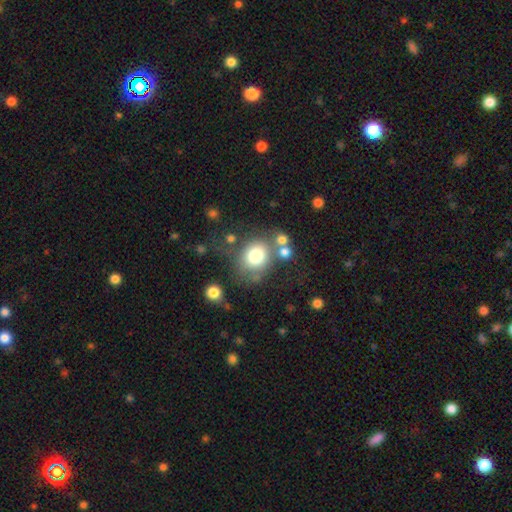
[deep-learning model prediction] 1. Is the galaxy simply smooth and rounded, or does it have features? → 75% smooth, 13% featured or disk, 12% star or artifact.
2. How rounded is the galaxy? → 70% round, 29% in between, 1% cigar-shaped.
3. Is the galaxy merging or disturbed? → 58% none, 16% merger, 16% minor disturbance, 10% major disturbance.